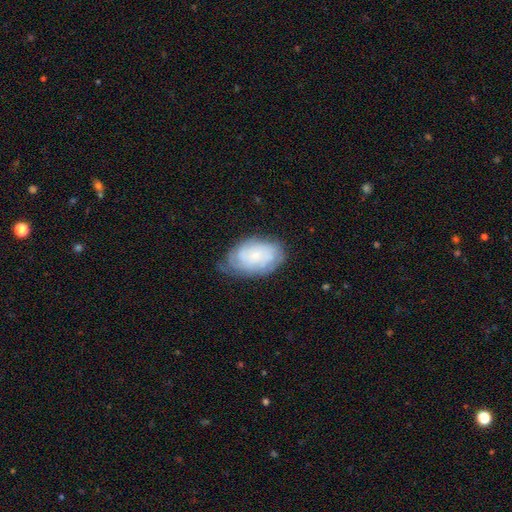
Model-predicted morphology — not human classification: featured or disk 57%, smooth 36%, star or artifact 8%. Down the decision tree: edge-on disk — no (95%); bar — no (79%); spiral arms — yes (82%); bulge size — small (73%); merging — none (64%).